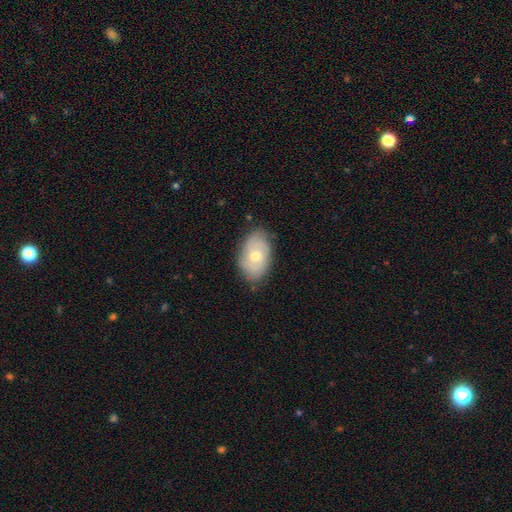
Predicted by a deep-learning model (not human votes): A featured or disk galaxy (51%).

Vote fractions:
- Smooth or featured? featured or disk: 51% / smooth: 42% / star or artifact: 7%
- Edge-on disk? no: 94% / yes: 6%
- Merging? none: 78% / minor disturbance: 18% / major disturbance: 4% / merger: 1%